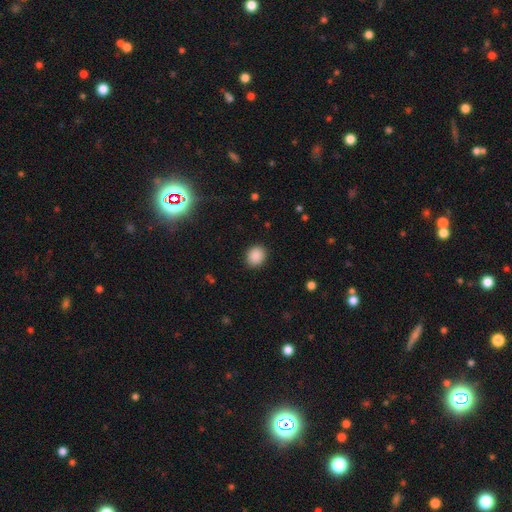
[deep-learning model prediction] A smooth galaxy with no disk features (89%) that is round (65%).

Vote fractions:
- Smooth or featured? smooth: 89% / star or artifact: 8% / featured or disk: 3%
- How rounded? round: 65% / in between: 34% / cigar-shaped: 1%
- Merging? none: 89% / minor disturbance: 7% / major disturbance: 2% / merger: 1%